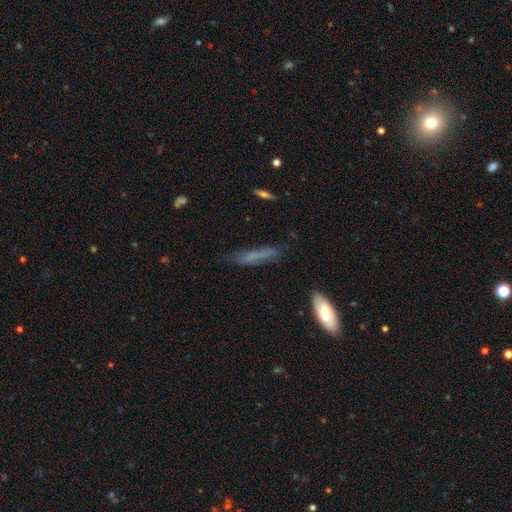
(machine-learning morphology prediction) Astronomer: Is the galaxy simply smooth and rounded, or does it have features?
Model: smooth — 63%.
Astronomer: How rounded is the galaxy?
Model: cigar-shaped — 86%.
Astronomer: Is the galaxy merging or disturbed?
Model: none — 71%.